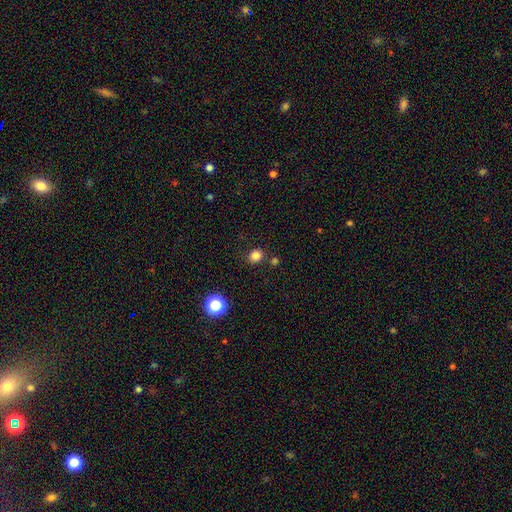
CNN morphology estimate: Smooth or featured: smooth — 82% (star or artifact — 14%)
How rounded: round — 73% (in between — 26%)
Merging: none — 82% (minor disturbance — 9%)